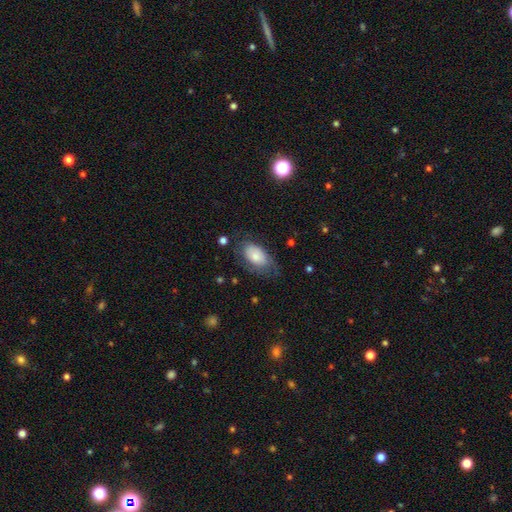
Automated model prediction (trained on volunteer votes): A smooth galaxy with no disk features (72%) that is in between round and cigar-shaped (93%). Merging: none (56%).